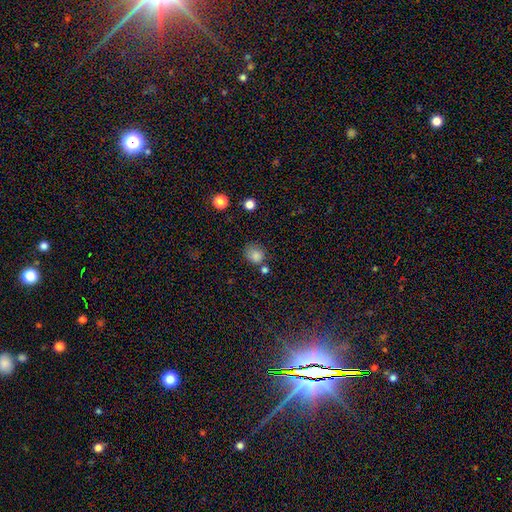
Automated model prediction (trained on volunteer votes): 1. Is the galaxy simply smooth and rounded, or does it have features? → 82% smooth, 12% star or artifact, 6% featured or disk.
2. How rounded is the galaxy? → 72% round, 27% in between, 1% cigar-shaped.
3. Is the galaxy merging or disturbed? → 65% none, 20% minor disturbance, 9% merger, 6% major disturbance.